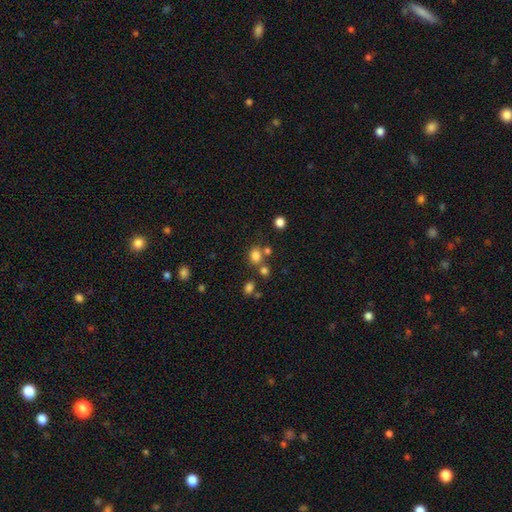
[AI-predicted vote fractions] smooth-or-featured: smooth: 77% | star or artifact: 16% | featured or disk: 7%
  how-rounded: round: 61% | in between: 38% | cigar-shaped: 1%
  merging: none: 62% | merger: 21% | minor disturbance: 11% | major disturbance: 5%